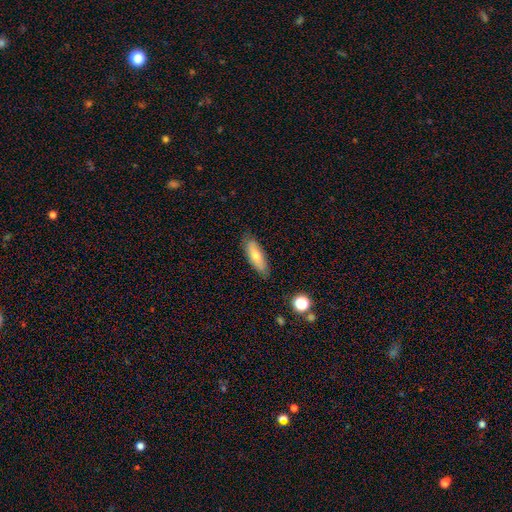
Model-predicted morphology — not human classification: Q: Smooth or featured?
A: smooth (69%); runner-up: featured or disk (24%)
Q: How rounded?
A: in between (52%); runner-up: cigar-shaped (46%)
Q: Merging?
A: none (83%); runner-up: minor disturbance (13%)